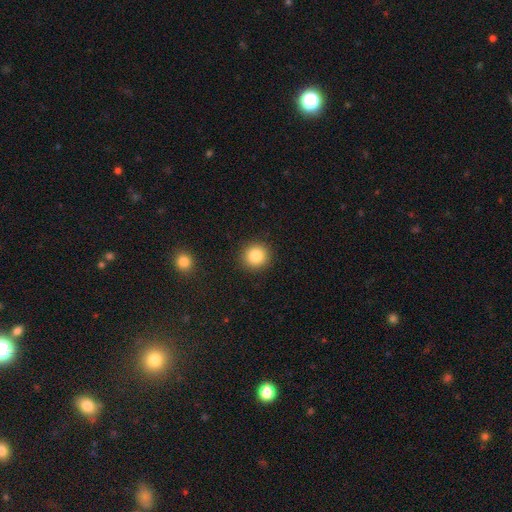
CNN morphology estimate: Smooth or featured: smooth — 84% (star or artifact — 10%)
How rounded: round — 93% (in between — 6%)
Merging: none — 91% (minor disturbance — 6%)